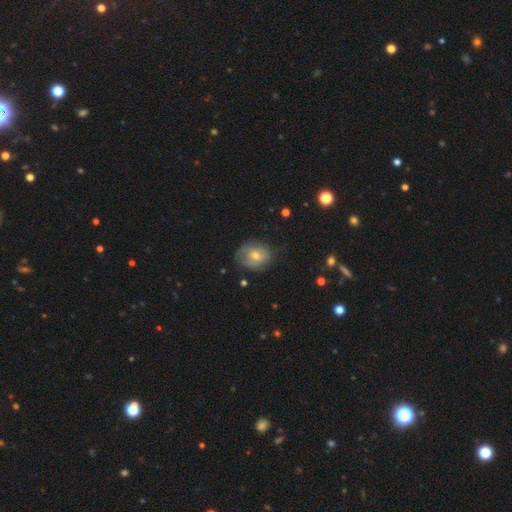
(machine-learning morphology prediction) smooth 50%, featured or disk 40%, star or artifact 10%. Down the decision tree: how rounded — round (51%); merging — none (63%).